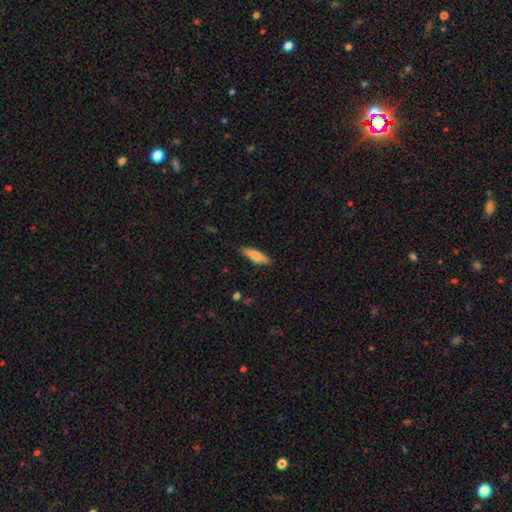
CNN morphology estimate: Smooth or featured: smooth — 76% (featured or disk — 18%)
How rounded: cigar-shaped — 67% (in between — 31%)
Merging: none — 85% (minor disturbance — 11%)